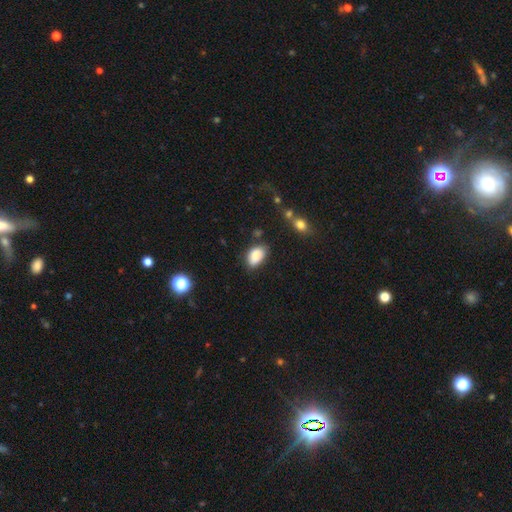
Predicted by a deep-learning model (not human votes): A smooth galaxy with no disk features (87%) that is in between round and cigar-shaped (91%).

Vote fractions:
- Smooth or featured? smooth: 87% / star or artifact: 8% / featured or disk: 5%
- How rounded? in between: 91% / round: 7% / cigar-shaped: 2%
- Merging? none: 69% / minor disturbance: 23% / major disturbance: 5% / merger: 4%